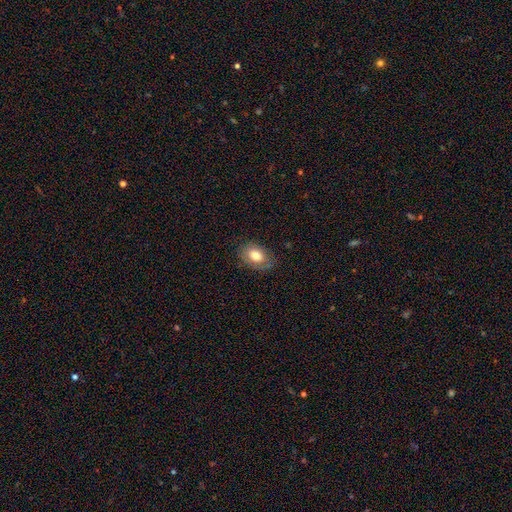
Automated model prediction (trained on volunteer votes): Smooth or featured: smooth — 74% (featured or disk — 18%)
How rounded: in between — 83% (round — 16%)
Merging: none — 79% (minor disturbance — 16%)